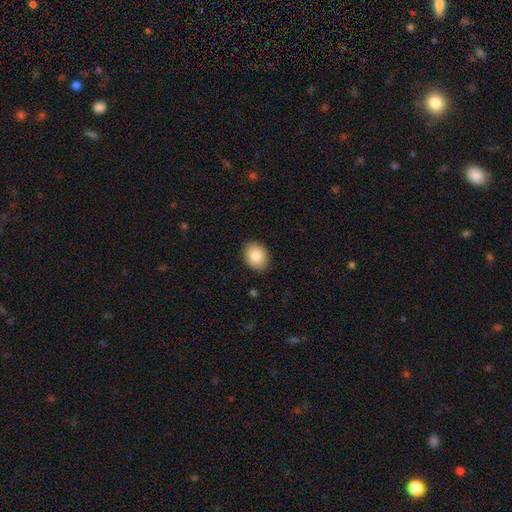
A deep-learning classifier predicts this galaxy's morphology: Q: Smooth or featured?
A: smooth (84%); runner-up: featured or disk (9%)
Q: How rounded?
A: in between (57%); runner-up: round (42%)
Q: Merging?
A: none (88%); runner-up: minor disturbance (9%)